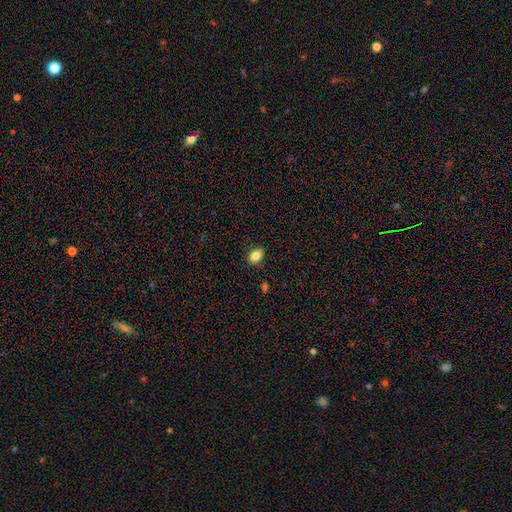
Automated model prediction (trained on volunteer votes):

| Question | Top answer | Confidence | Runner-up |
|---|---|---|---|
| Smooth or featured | smooth | 84% | star or artifact (9%) |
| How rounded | in between | 80% | round (18%) |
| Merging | none | 86% | minor disturbance (10%) |